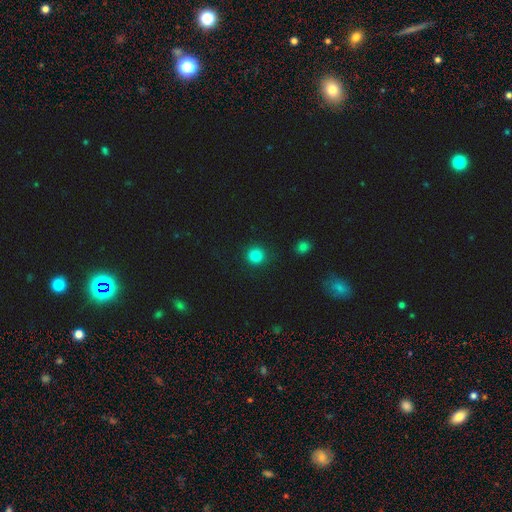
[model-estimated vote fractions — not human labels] This appears to be a smooth galaxy with no disk features (85%) that is round (93%). Merging: none (90%).